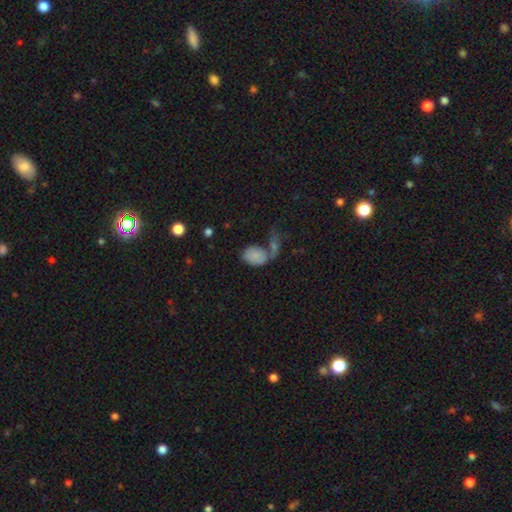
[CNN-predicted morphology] smooth 78%, featured or disk 12%, star or artifact 9%. Down the decision tree: how rounded — in between (75%); merging — merger (42%).